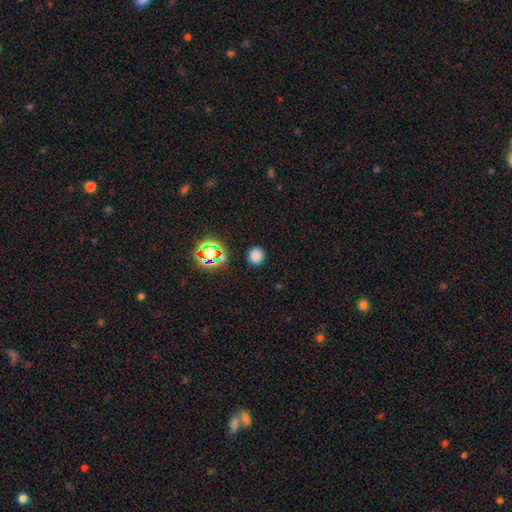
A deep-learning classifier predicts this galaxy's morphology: Overall: smooth (77%). How rounded: round (78%). Merging: none (88%).